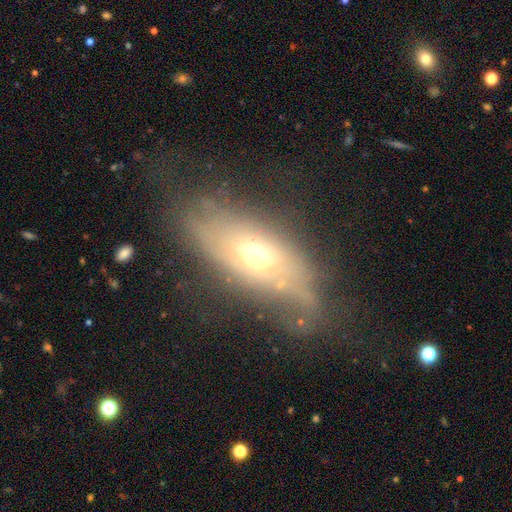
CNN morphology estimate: A featured or disk galaxy (50%). Merging: none (47%).